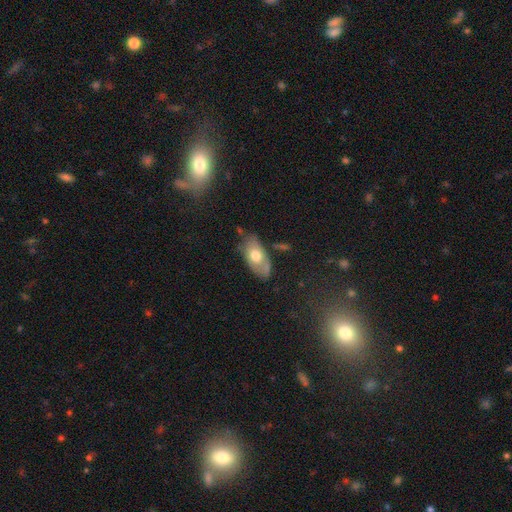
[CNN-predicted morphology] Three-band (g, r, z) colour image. It shows a smooth galaxy with no disk features (62%) that is in between round and cigar-shaped (91%). Merging: none (65%).